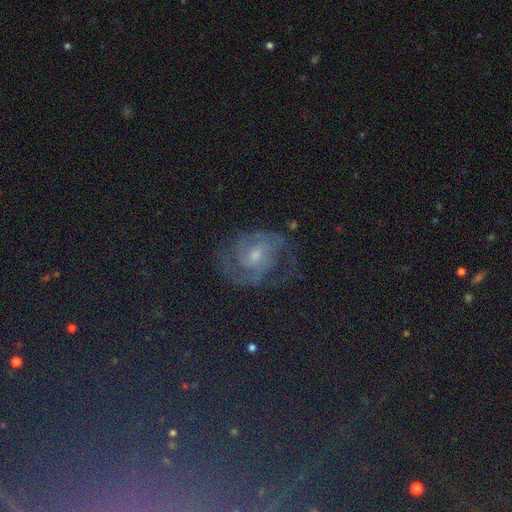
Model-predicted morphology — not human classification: This is possibly a featured or disk galaxy (58%). It is clearly not viewed edge-on (96%). Bar: possibly no (56%). Spiral arm pattern: clearly yes (89%). Central bulge: possibly small (54%). Merging: likely none (67%).